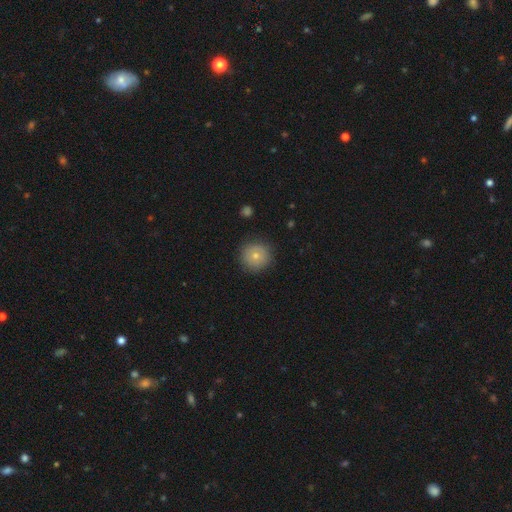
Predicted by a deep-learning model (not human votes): smooth 74%, featured or disk 16%, star or artifact 10%. Down the decision tree: how rounded — round (94%); merging — none (86%).